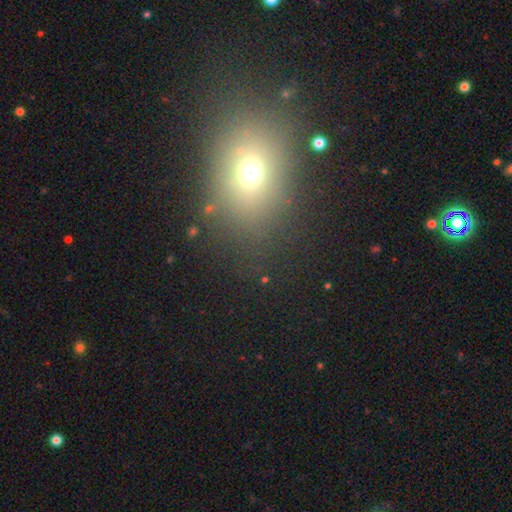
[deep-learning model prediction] A smooth galaxy with no disk features (60%) that is in between round and cigar-shaped (54%). Merging: none (81%).